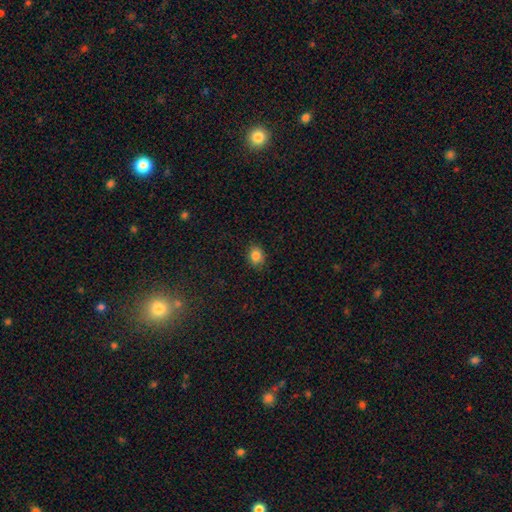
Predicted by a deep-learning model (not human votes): A smooth galaxy with no disk features (84%) that is round (53%). Merging: none (85%).